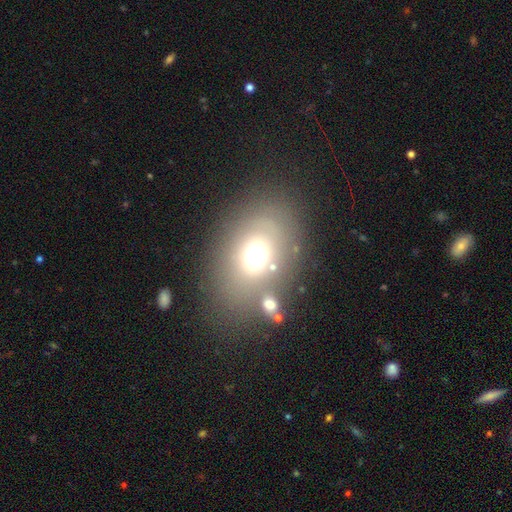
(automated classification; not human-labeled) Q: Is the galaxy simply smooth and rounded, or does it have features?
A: smooth — 64%.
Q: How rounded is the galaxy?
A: in between — 60%.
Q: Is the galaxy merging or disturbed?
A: none — 62%.